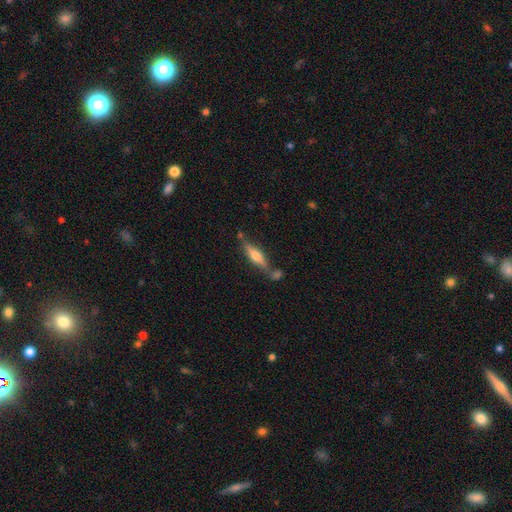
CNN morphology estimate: smooth_or_featured: featured or disk (p=0.50) [alt: smooth p=0.44]
merging: none (p=0.63) [alt: merger p=0.16]